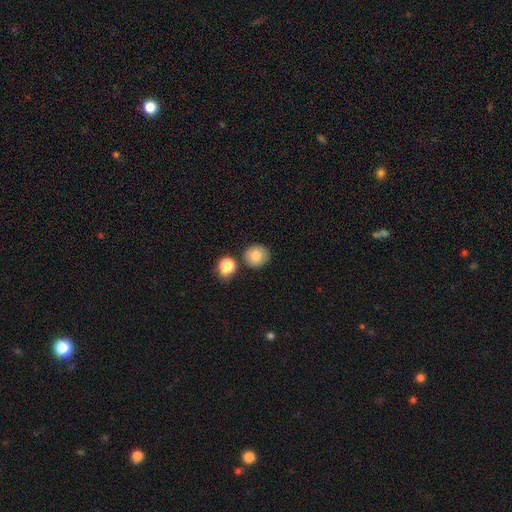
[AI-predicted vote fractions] Smooth or featured? Predicted: smooth (p=0.82). How rounded? Predicted: round (p=0.89). Merging? Predicted: none (p=0.80).